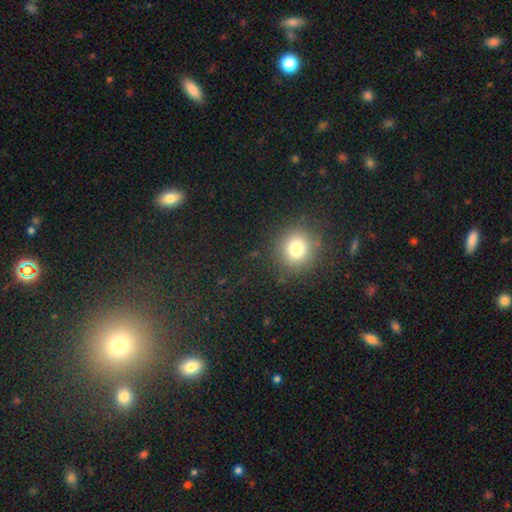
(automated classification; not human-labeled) A smooth galaxy with no disk features (66%) that is round (91%). Merging: none (90%).